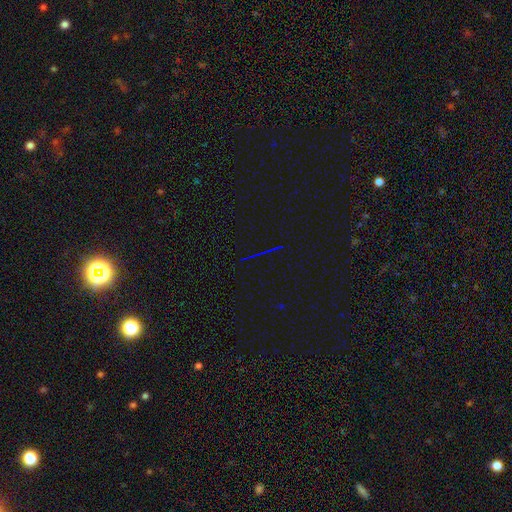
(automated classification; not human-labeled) Smooth or featured? Predicted: star or artifact (p=0.78).